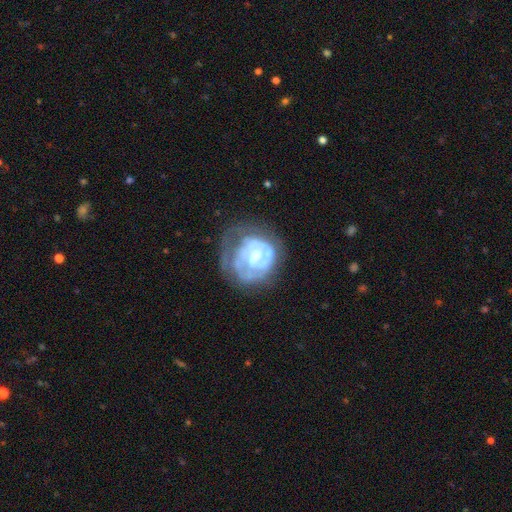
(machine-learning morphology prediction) Overall: featured or disk (74%). Edge-on disk: no (98%). Bar: no (65%; weak 29%). Spiral arms: yes (63%; no 37%). Bulge size: moderate (48%; small 32%). Merging: none (42%; major disturbance 28%).